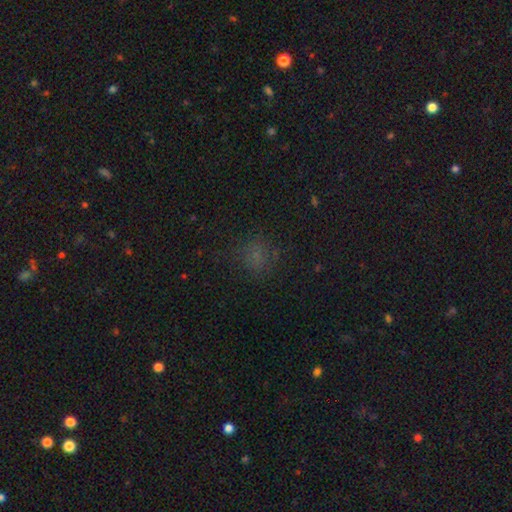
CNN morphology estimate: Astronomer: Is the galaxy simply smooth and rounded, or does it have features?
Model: smooth — 64%.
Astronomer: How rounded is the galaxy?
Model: round — 75%.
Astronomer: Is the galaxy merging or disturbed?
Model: none — 75%.